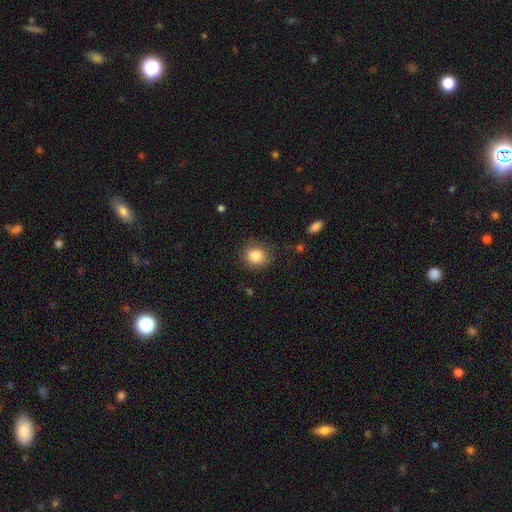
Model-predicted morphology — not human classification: smooth-or-featured: smooth: 85% | star or artifact: 9% | featured or disk: 6%
  how-rounded: round: 72% | in between: 27% | cigar-shaped: 1%
  merging: none: 83% | minor disturbance: 12% | major disturbance: 4% | merger: 1%